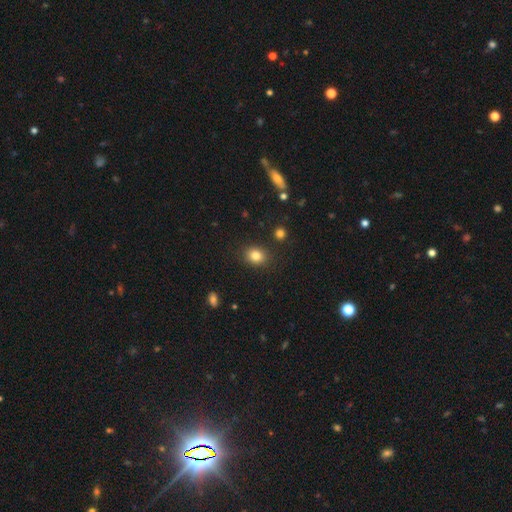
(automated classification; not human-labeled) Smooth or featured: smooth — 83% (star or artifact — 11%)
How rounded: round — 59% (in between — 40%)
Merging: none — 87% (minor disturbance — 8%)